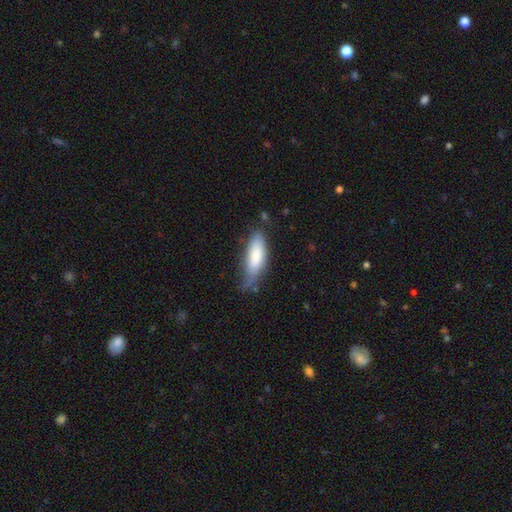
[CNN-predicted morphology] smooth 73%, featured or disk 21%, star or artifact 6%. Down the decision tree: how rounded — in between (62%); merging — none (50%).